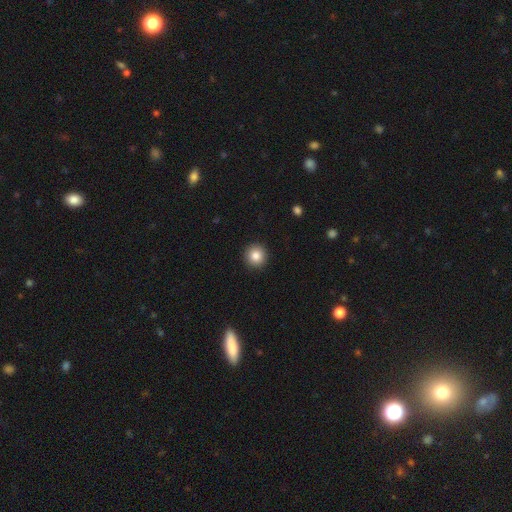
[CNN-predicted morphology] Smooth or featured? smooth (84%)
How rounded? round (95%)
Merging? none (93%)